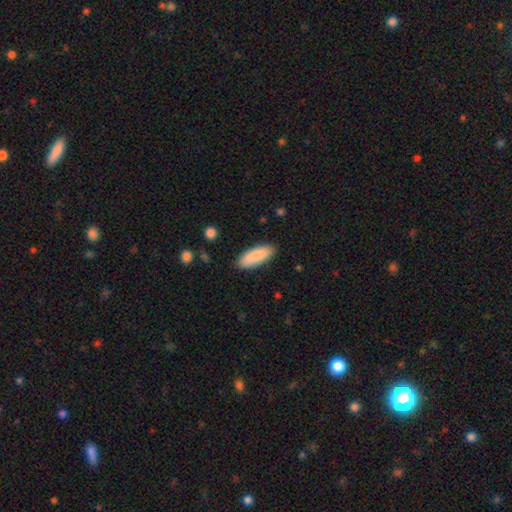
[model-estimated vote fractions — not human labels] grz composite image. It shows a smooth galaxy with no disk features (86%) that is in between round and cigar-shaped (70%). Merging: none (85%).